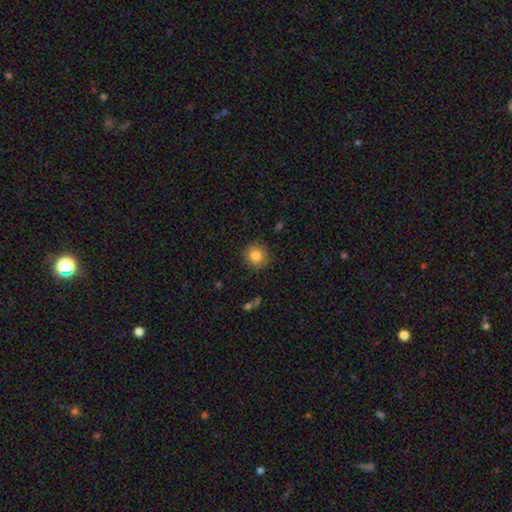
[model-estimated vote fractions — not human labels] This appears to be a smooth galaxy with no disk features (83%) that is round (92%). Merging: none (88%).